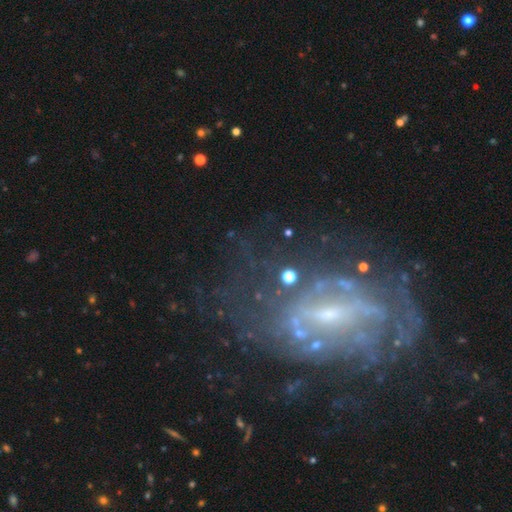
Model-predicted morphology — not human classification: A featured or disk galaxy (74%) with a weak bar (43%), spiral arms (62%) and a small central bulge (66%). Merging: none (50%).